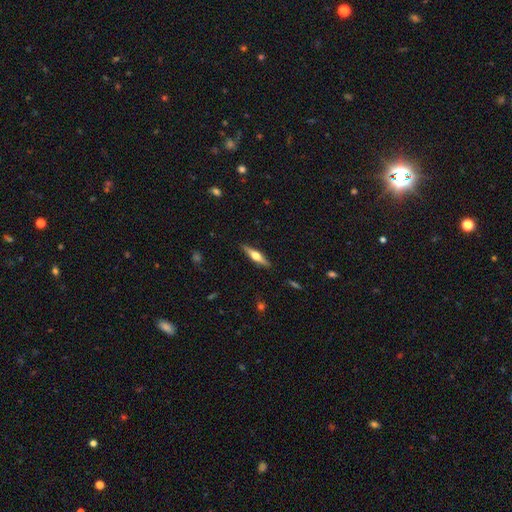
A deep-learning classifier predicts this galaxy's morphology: A featured or disk galaxy (64%) viewed edge-on (97%) with a rounded central bulge (93%). Merging: none (90%).